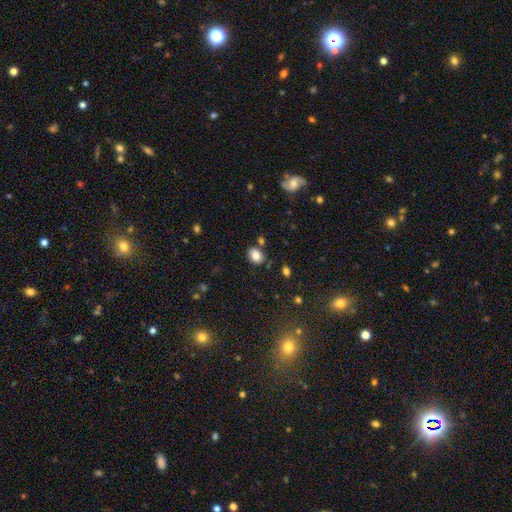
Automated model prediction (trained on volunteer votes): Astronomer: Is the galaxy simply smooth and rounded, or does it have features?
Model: smooth — 83%.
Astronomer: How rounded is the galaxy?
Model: in between — 53% (runner-up: round, 46%).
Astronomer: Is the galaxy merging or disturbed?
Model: none — 75%.